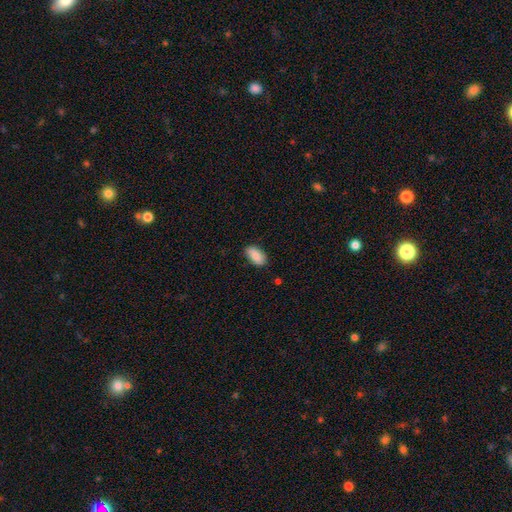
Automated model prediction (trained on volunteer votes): Smooth or featured: smooth — 88% (star or artifact — 7%)
How rounded: in between — 92% (cigar-shaped — 5%)
Merging: none — 83% (minor disturbance — 13%)